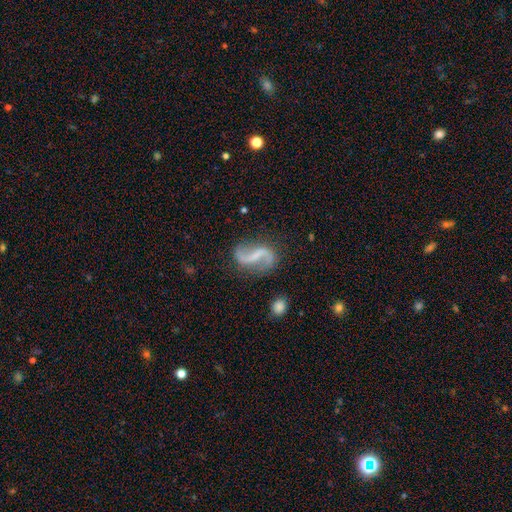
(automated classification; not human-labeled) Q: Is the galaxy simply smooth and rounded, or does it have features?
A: featured or disk — 88%.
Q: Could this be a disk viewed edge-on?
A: no — 98%.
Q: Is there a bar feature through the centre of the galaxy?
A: weak — 42%.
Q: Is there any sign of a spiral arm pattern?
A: yes — 96%.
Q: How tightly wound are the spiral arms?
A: loose — 79%.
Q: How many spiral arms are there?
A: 2 — 93%.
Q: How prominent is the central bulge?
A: none — 53%.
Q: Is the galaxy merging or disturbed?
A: none — 78%.